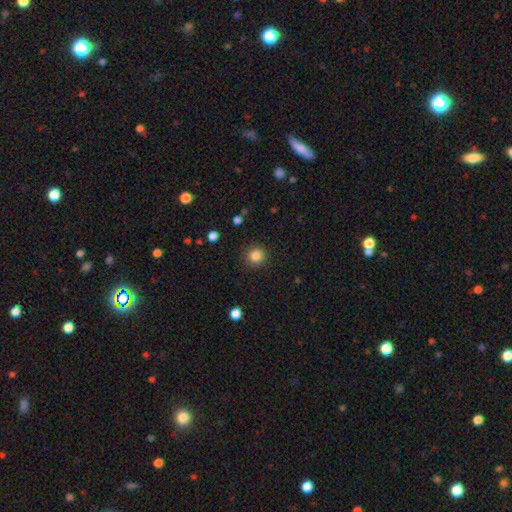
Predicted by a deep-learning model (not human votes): Smooth or featured: smooth — 84% (star or artifact — 11%)
How rounded: round — 93% (in between — 6%)
Merging: none — 90% (minor disturbance — 7%)